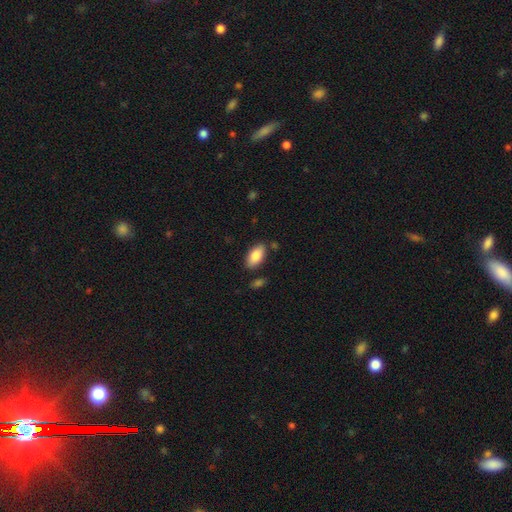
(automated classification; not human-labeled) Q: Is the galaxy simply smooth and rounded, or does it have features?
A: smooth — 84%.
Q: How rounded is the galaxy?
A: in between — 93%.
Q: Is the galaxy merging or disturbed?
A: none — 82%.